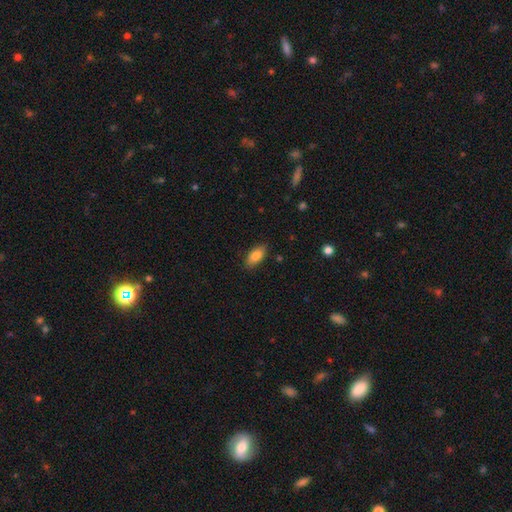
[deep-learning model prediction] This appears to be a smooth galaxy with no disk features (85%) that is in between round and cigar-shaped (88%). Merging: none (85%).